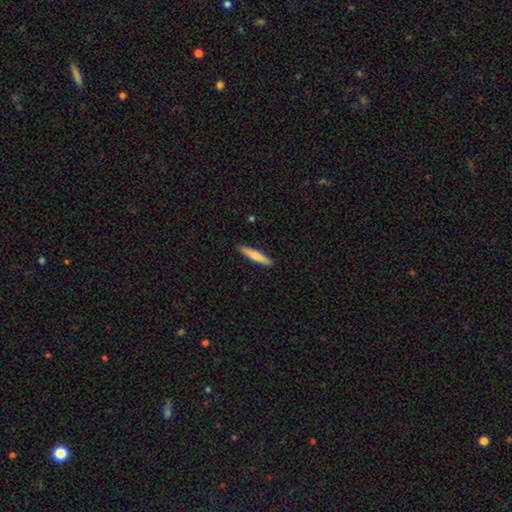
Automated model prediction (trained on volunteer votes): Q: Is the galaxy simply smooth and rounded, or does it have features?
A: smooth — 74%.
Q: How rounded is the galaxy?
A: cigar-shaped — 91%.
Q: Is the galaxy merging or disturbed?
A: none — 91%.